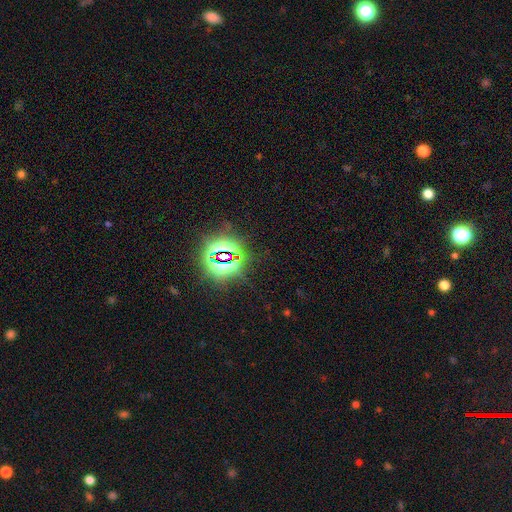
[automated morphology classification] Smooth or featured? star or artifact (81%)